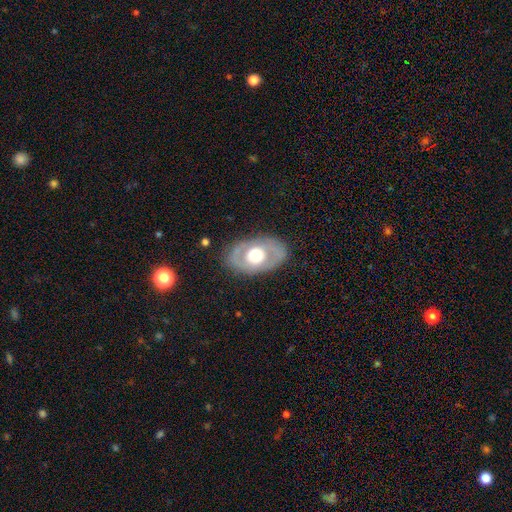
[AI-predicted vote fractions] Smooth or featured? Predicted: featured or disk (p=0.62). Edge-on disk? Predicted: no (p=0.91). Bar? Predicted: no (p=0.84). Spiral arms? Predicted: no (p=0.73). Bulge size? Predicted: large (p=0.46). Merging? Predicted: none (p=0.82).